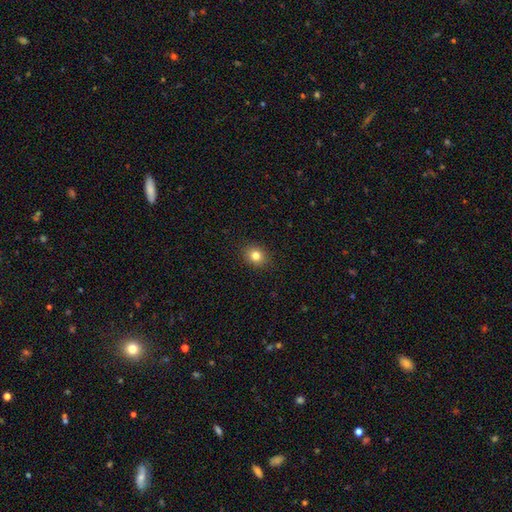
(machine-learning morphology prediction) smooth-or-featured: smooth: 82% | star or artifact: 11% | featured or disk: 7%
  how-rounded: round: 55% | in between: 44% | cigar-shaped: 1%
  merging: none: 90% | minor disturbance: 7% | major disturbance: 2% | merger: 1%